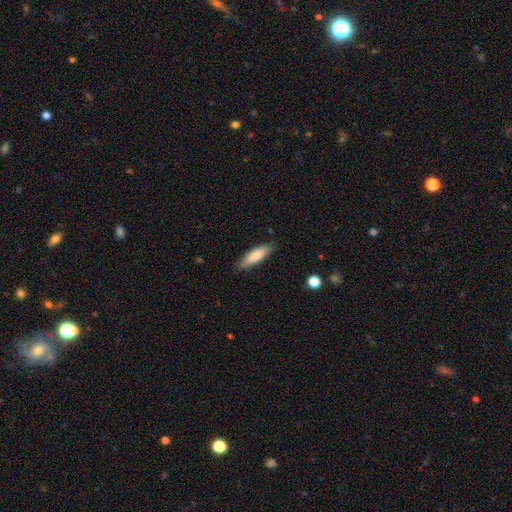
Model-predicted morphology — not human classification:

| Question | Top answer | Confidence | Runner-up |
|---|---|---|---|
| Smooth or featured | smooth | 81% | featured or disk (13%) |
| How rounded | cigar-shaped | 52% | in between (46%) |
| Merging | none | 85% | minor disturbance (11%) |